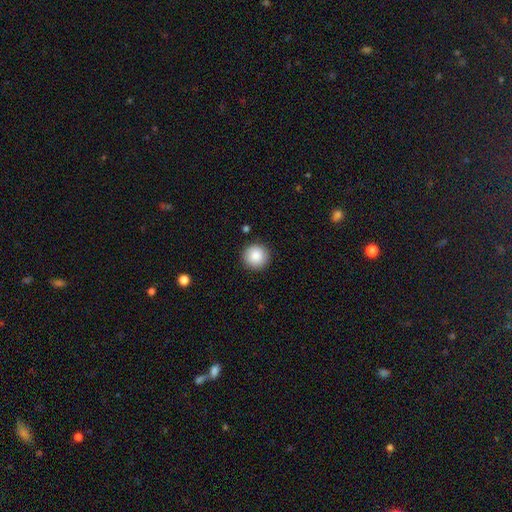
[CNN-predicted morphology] This appears to be a smooth galaxy with no disk features (87%) that is round (96%). Merging: none (92%).